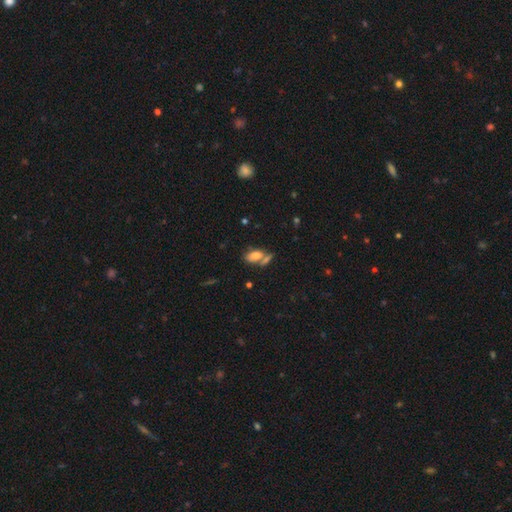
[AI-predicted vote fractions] smooth-or-featured: smooth: 76% | featured or disk: 15% | star or artifact: 10%
  how-rounded: in between: 88% | cigar-shaped: 7% | round: 5%
  merging: none: 48% | merger: 34% | minor disturbance: 13% | major disturbance: 5%